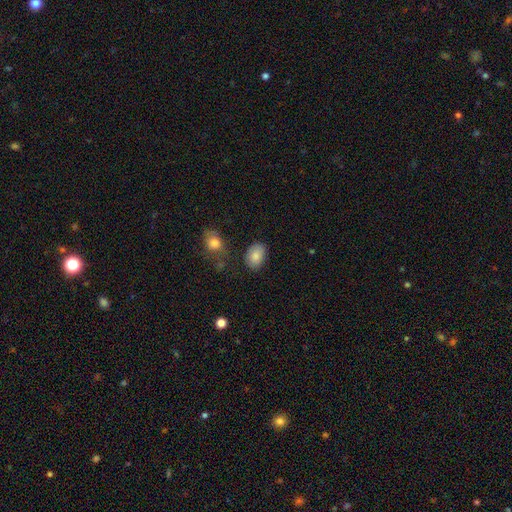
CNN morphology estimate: Smooth or featured?
  - smooth: 85% *
  - star or artifact: 8%
  - featured or disk: 7%
How rounded?
  - in between: 83% *
  - round: 16%
  - cigar-shaped: 1%
Merging?
  - none: 76% *
  - minor disturbance: 16%
  - merger: 4%
  - major disturbance: 4%